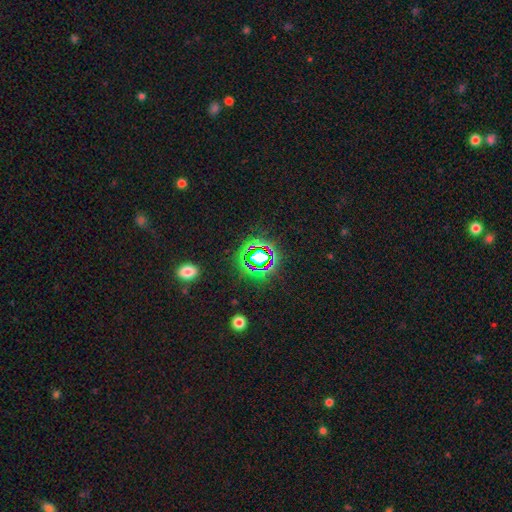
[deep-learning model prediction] Morphology: type=star or artifact (69%).